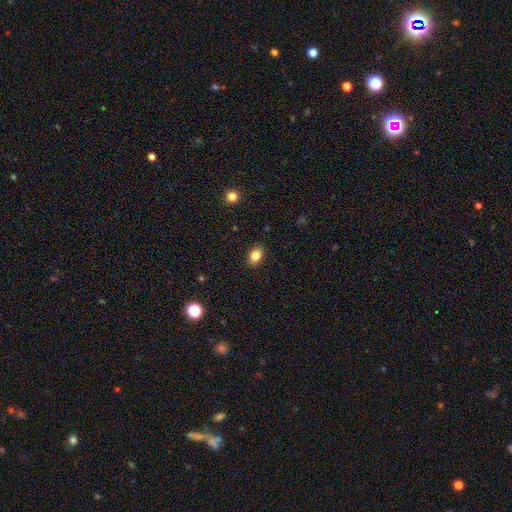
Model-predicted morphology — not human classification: A smooth galaxy with no disk features (83%) that is in between round and cigar-shaped (75%). Merging: none (88%).